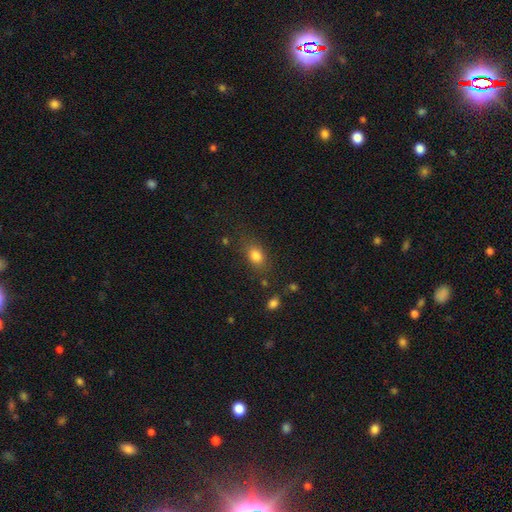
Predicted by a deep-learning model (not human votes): smooth 82%, star or artifact 11%, featured or disk 8%. Down the decision tree: how rounded — in between (71%); merging — none (74%).